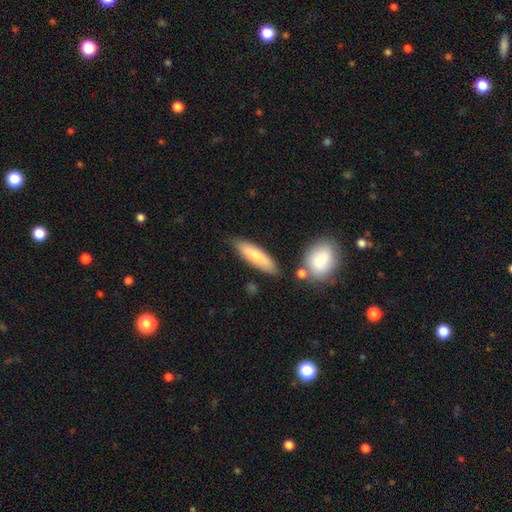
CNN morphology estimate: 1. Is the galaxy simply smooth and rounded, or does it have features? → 73% smooth, 21% featured or disk, 6% star or artifact.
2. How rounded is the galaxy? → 66% cigar-shaped, 32% in between, 2% round.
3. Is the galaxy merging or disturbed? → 78% none, 13% minor disturbance, 6% merger, 3% major disturbance.